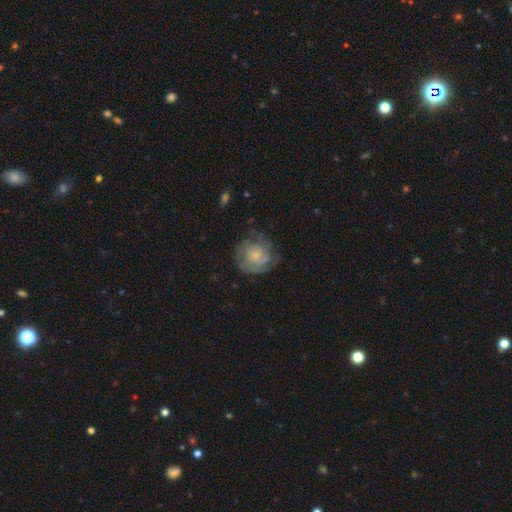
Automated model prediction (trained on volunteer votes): smooth-or-featured: featured or disk: 68% | smooth: 25% | star or artifact: 7%
  disk-edge-on: no: 98% | yes: 2%
    bar: no: 80% | weak: 18% | strong: 3%
    has-spiral-arms: yes: 89% | no: 11%
      spiral-winding: tight: 62% | medium: 29% | loose: 9%
      spiral-arm-count: can't tell: 38% | 2: 21% | 3: 20% | 4: 10% | 1: 6% | more than 4: 5%
    bulge-size: small: 59% | moderate: 24% | none: 11% | large: 4% | dominant: 1%
  merging: none: 67% | minor disturbance: 20% | major disturbance: 11% | merger: 1%